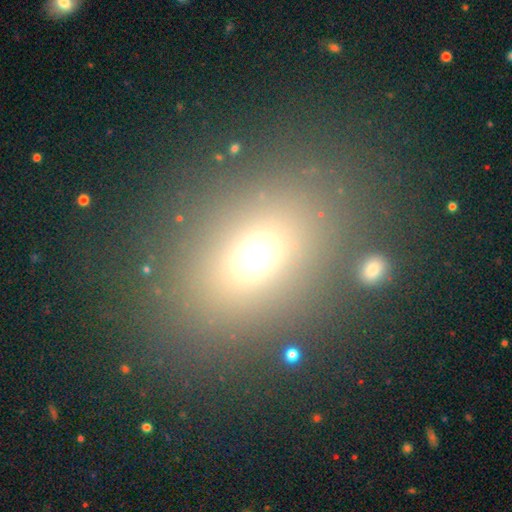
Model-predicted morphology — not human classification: Q: Smooth or featured?
A: smooth (66%); runner-up: star or artifact (23%)
Q: How rounded?
A: in between (62%); runner-up: round (36%)
Q: Merging?
A: none (80%); runner-up: minor disturbance (9%)